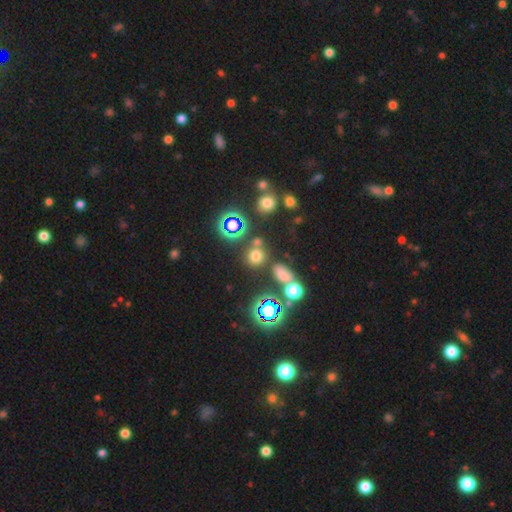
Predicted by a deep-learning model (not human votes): Smooth or featured: star or artifact — 64% (smooth — 26%)